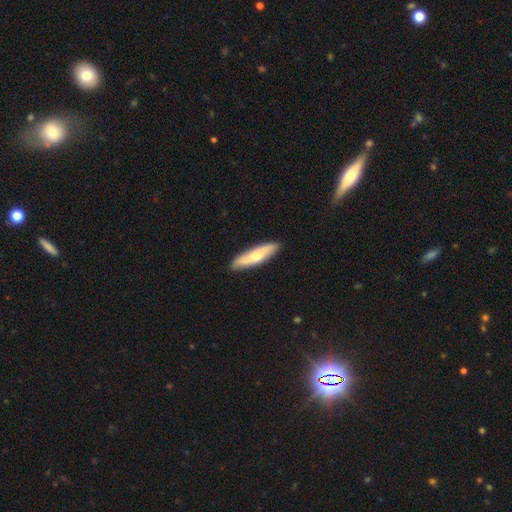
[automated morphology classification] Smooth or featured?
  - smooth: 59% *
  - featured or disk: 36%
  - star or artifact: 5%
How rounded?
  - cigar-shaped: 72% *
  - in between: 26%
  - round: 2%
Merging?
  - none: 88% *
  - minor disturbance: 9%
  - major disturbance: 2%
  - merger: 1%